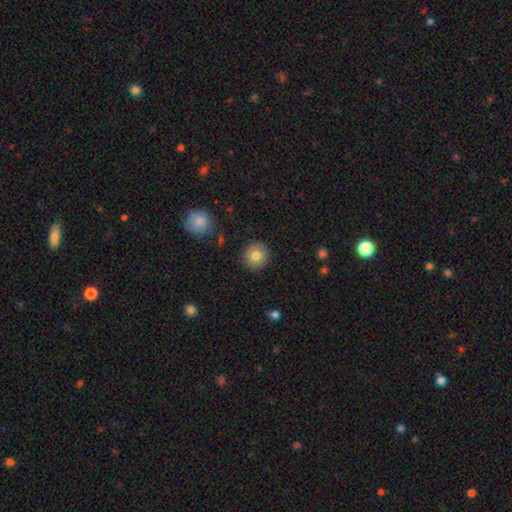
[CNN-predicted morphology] A smooth galaxy with no disk features (78%) that is round (91%).

Vote fractions:
- Smooth or featured? smooth: 78% / featured or disk: 13% / star or artifact: 9%
- How rounded? round: 91% / in between: 8% / cigar-shaped: 1%
- Merging? none: 90% / minor disturbance: 7% / major disturbance: 2% / merger: 1%